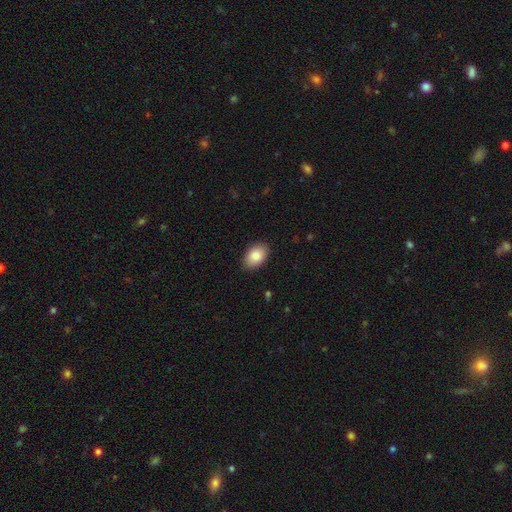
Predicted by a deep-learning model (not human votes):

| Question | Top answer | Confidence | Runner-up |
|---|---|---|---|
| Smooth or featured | smooth | 86% | featured or disk (7%) |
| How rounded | in between | 89% | round (9%) |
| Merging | none | 88% | minor disturbance (9%) |